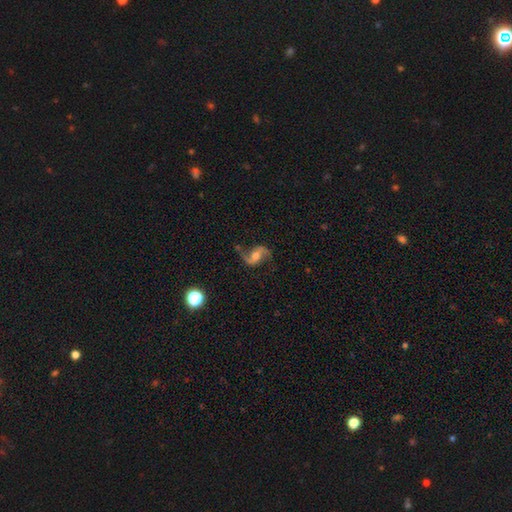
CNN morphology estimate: Smooth or featured? Predicted: featured or disk (p=0.84). Edge-on disk? Predicted: no (p=0.97). Bar? Predicted: no (p=0.43). Spiral arms? Predicted: yes (p=0.96). Spiral winding? Predicted: loose (p=0.76). Spiral arm count? Predicted: 2 (p=0.93). Bulge size? Predicted: moderate (p=0.66). Merging? Predicted: none (p=0.75).